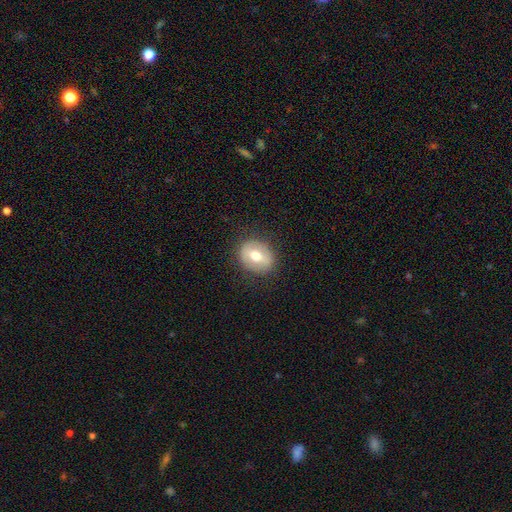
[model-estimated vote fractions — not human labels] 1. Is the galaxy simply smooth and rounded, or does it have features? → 53% smooth, 39% featured or disk, 8% star or artifact.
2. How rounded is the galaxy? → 61% round, 38% in between, 1% cigar-shaped.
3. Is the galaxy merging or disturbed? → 86% none, 10% minor disturbance, 3% major disturbance, 1% merger.